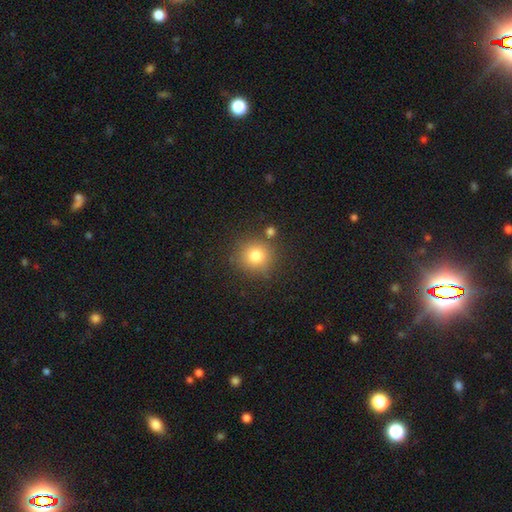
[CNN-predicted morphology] Smooth or featured?
  - smooth: 79% *
  - star or artifact: 13%
  - featured or disk: 9%
How rounded?
  - round: 92% *
  - in between: 7%
  - cigar-shaped: 1%
Merging?
  - none: 79% *
  - minor disturbance: 10%
  - merger: 7%
  - major disturbance: 4%